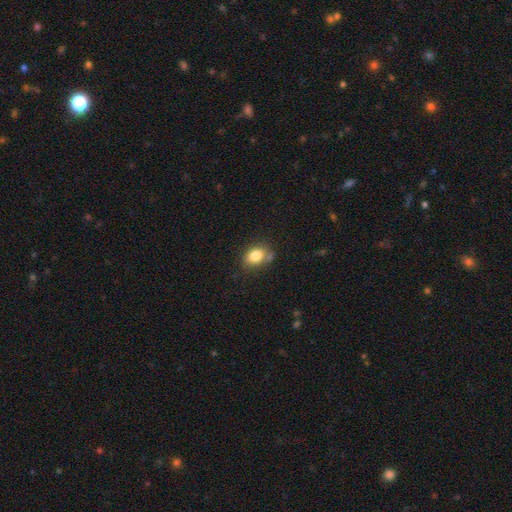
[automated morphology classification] This appears to be a smooth galaxy with no disk features (82%) that is in between round and cigar-shaped (73%). Merging: none (65%).